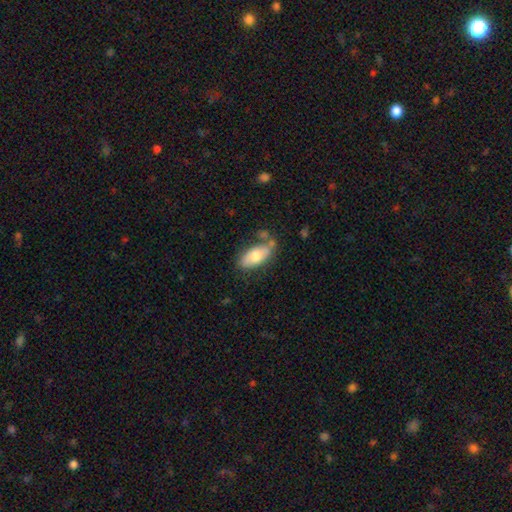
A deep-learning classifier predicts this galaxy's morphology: This is likely a smooth galaxy (67%). How rounded: clearly in between (89%). Merging: likely none (60%).